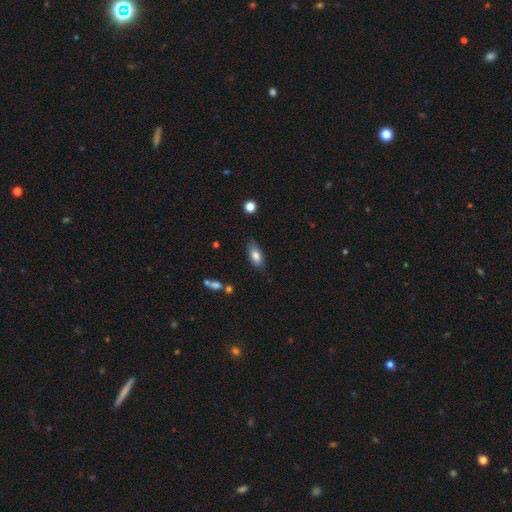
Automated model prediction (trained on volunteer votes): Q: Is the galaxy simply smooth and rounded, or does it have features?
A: smooth — 80%.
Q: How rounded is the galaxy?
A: in between — 85%.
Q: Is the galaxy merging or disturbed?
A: none — 78%.